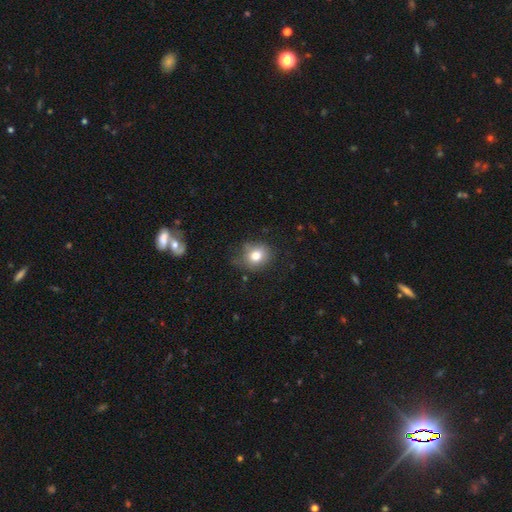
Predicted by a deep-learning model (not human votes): smooth 78%, star or artifact 12%, featured or disk 10%. Down the decision tree: how rounded — round (72%); merging — none (70%).